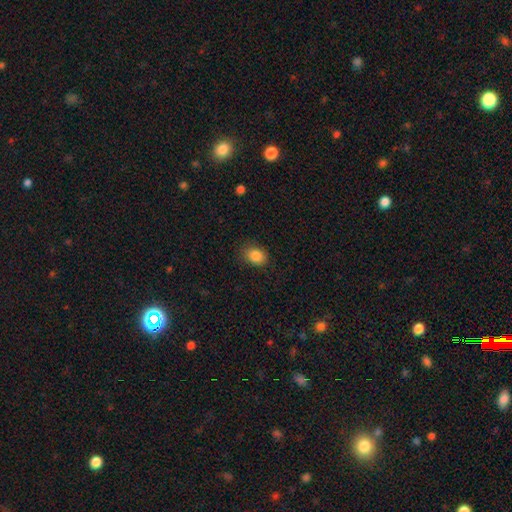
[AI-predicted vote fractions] smooth_or_featured: smooth (p=0.86) [alt: star or artifact p=0.09]
how_rounded: in between (p=0.61) [alt: round p=0.38]
merging: none (p=0.77) [alt: minor disturbance p=0.17]